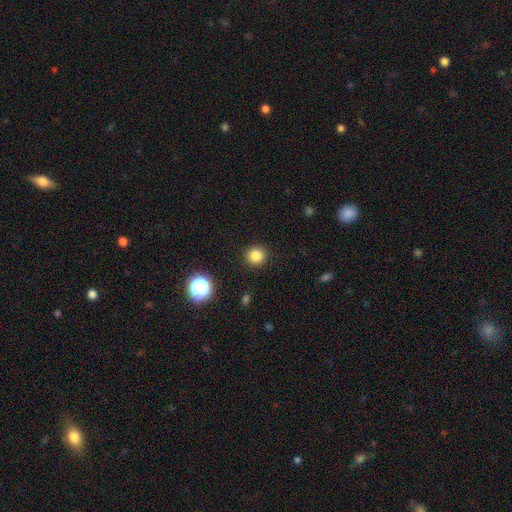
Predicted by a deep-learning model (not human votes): smooth-or-featured: smooth: 83% | star or artifact: 13% | featured or disk: 4%
  how-rounded: round: 93% | in between: 6% | cigar-shaped: 1%
  merging: none: 91% | minor disturbance: 5% | major disturbance: 2% | merger: 1%